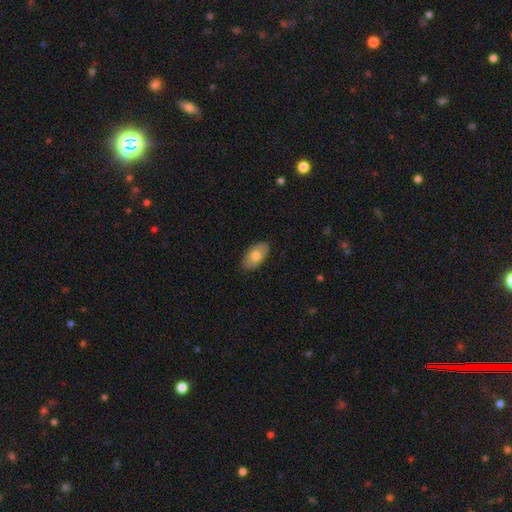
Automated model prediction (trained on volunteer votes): Smooth or featured?
  - smooth: 72% *
  - featured or disk: 22%
  - star or artifact: 6%
How rounded?
  - in between: 94% *
  - round: 4%
  - cigar-shaped: 2%
Merging?
  - none: 86% *
  - minor disturbance: 11%
  - major disturbance: 2%
  - merger: 1%